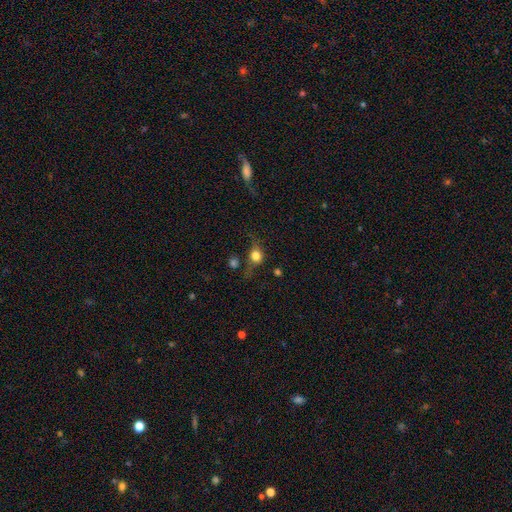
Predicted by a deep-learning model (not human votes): This is likely a smooth galaxy (66%). How rounded: likely round (69%). Merging: possibly none (51%).